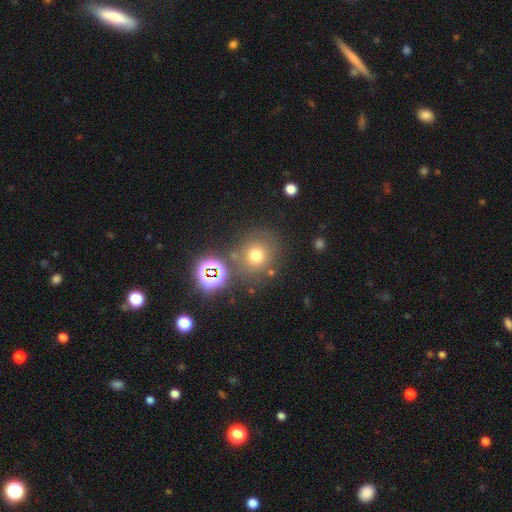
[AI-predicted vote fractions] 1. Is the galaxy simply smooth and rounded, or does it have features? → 68% smooth, 21% star or artifact, 11% featured or disk.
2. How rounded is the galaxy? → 86% round, 13% in between, 1% cigar-shaped.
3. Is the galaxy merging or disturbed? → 73% none, 11% minor disturbance, 10% merger, 5% major disturbance.